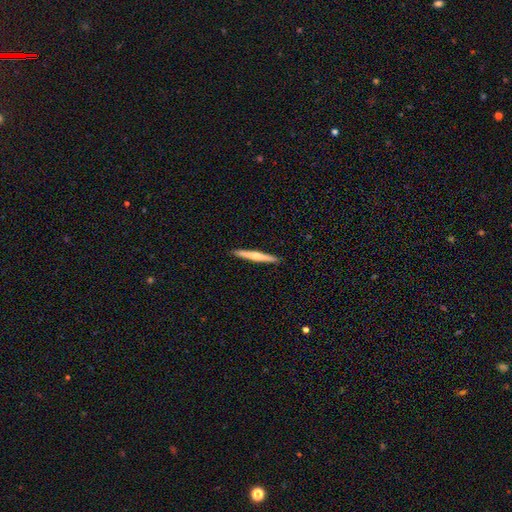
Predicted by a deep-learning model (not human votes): smooth_or_featured: featured or disk (p=0.55) [alt: smooth p=0.40]
disk_edge_on: yes (p=0.97) [alt: no p=0.03]
edge_on_bulge: rounded (p=0.75) [alt: none p=0.20]
merging: none (p=0.92) [alt: minor disturbance p=0.05]